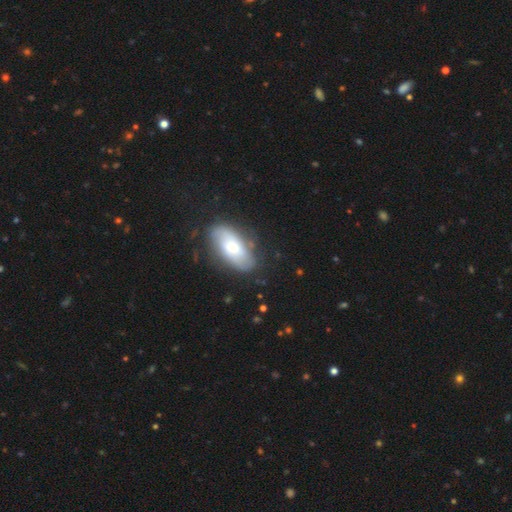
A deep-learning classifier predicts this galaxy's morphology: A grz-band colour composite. It shows a featured or disk galaxy (54%). Merging: none (73%).